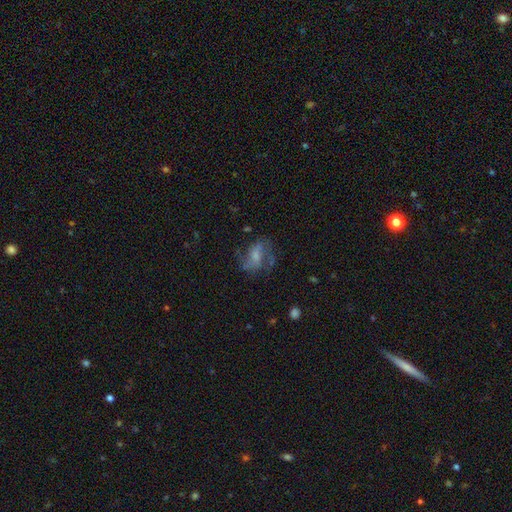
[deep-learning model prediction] smooth-or-featured: featured or disk: 55% | smooth: 34% | star or artifact: 11%
  disk-edge-on: no: 96% | yes: 4%
    bar: no: 48% | weak: 38% | strong: 13%
    has-spiral-arms: yes: 70% | no: 30%
    bulge-size: small: 33% | moderate: 31% | none: 26% | large: 8% | dominant: 2%
  merging: none: 46% | major disturbance: 29% | minor disturbance: 21% | merger: 3%